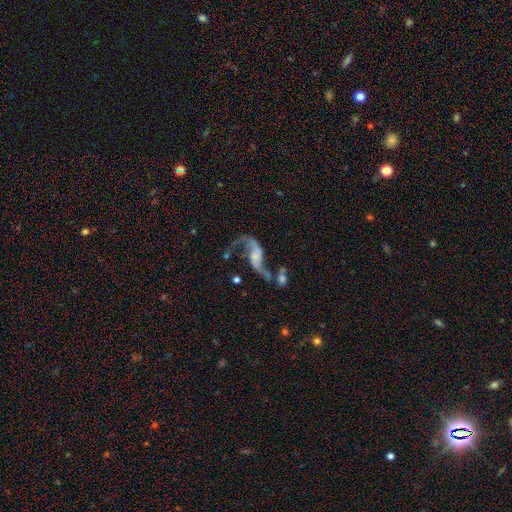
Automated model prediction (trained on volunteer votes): The model was most divided on "bulge size": small: 36%, none: 31%, moderate: 23%, large: 7%, dominant: 2%. Remaining: edge-on disk — no (95%); spiral arms — yes (93%); spiral winding — loose (89%); spiral arm count — 2 (89%); smooth or featured — featured or disk (85%); bar — no (55%); merging — none (38%).